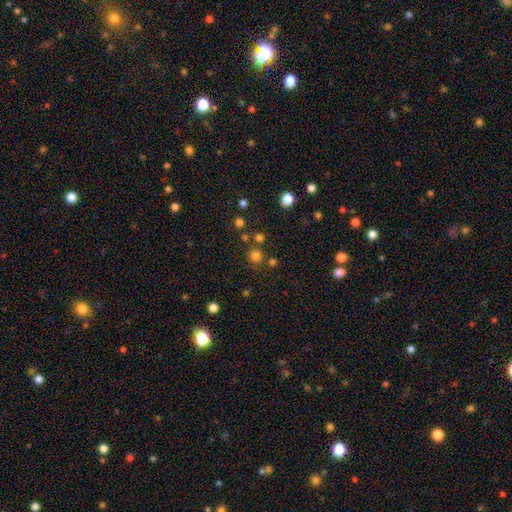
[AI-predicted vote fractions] Q: Smooth or featured?
A: smooth (73%); runner-up: star or artifact (21%)
Q: How rounded?
A: round (93%); runner-up: in between (6%)
Q: Merging?
A: none (76%); runner-up: merger (12%)